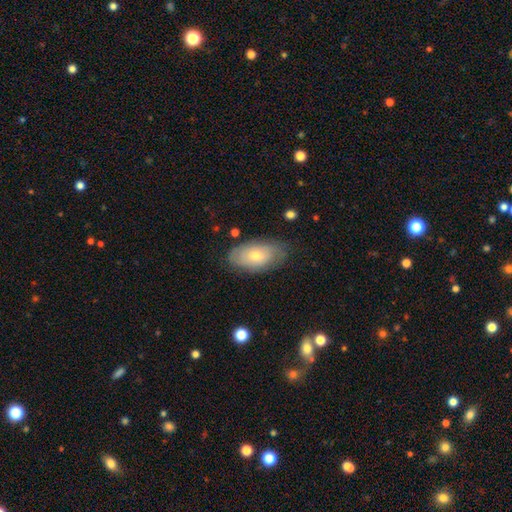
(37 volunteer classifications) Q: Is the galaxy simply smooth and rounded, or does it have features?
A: featured or disk — 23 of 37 (62%).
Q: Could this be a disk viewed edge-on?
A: no — 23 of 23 (100%).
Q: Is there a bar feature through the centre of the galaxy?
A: no — 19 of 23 (83%).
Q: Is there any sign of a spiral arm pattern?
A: yes — 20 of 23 (87%).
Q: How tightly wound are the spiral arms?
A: tight — 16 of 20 (80%).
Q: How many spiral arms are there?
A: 2 — 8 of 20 (40%, tied with can't tell).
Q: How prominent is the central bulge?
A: moderate — 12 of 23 (52%).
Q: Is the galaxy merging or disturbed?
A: none — 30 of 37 (81%).